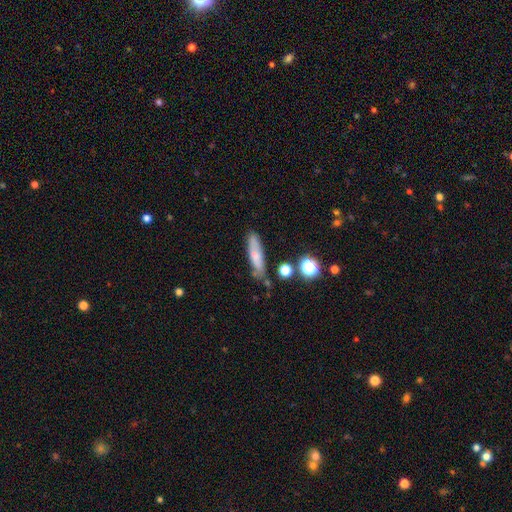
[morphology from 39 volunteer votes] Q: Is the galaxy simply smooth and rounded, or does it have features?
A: smooth — 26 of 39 (67%).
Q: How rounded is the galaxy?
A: cigar-shaped — 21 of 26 (81%).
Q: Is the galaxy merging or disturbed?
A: none — 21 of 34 (62%).